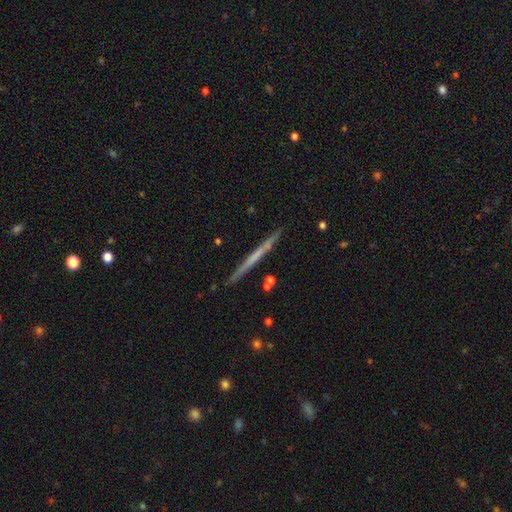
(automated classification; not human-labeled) A featured or disk galaxy (54%) viewed edge-on (97%) with no central bulge (88%).

Vote fractions:
- Smooth or featured? featured or disk: 54% / smooth: 40% / star or artifact: 5%
- Edge-on disk? yes: 97% / no: 3%
- Edge-on bulge? none: 88% / rounded: 8% / boxy: 4%
- Merging? none: 91% / minor disturbance: 6% / merger: 2% / major disturbance: 1%